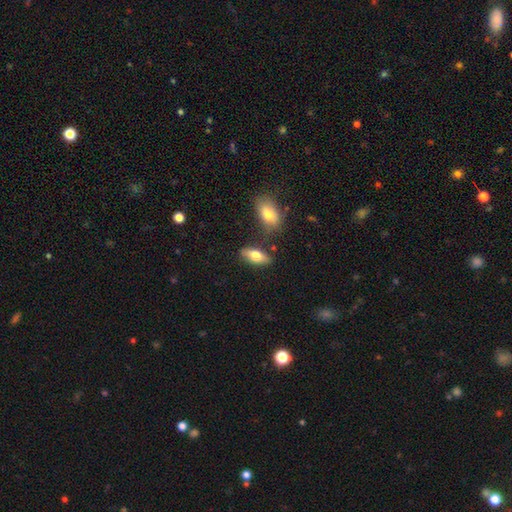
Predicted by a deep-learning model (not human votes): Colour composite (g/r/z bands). It shows a smooth galaxy with no disk features (69%) that is in between round and cigar-shaped (80%). Merging: none (75%).